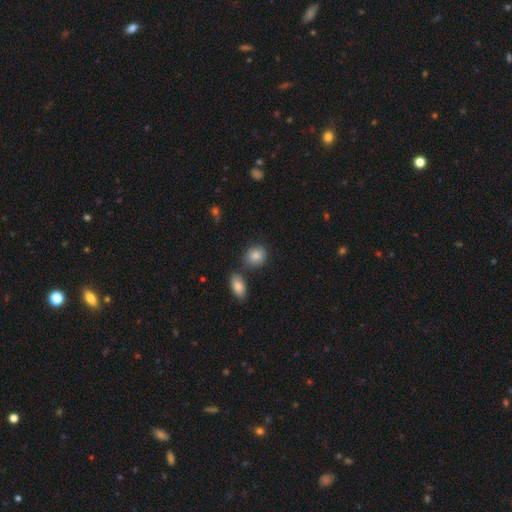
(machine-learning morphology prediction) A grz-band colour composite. It shows a smooth galaxy with no disk features (85%) that is round (61%). Merging: none (72%).